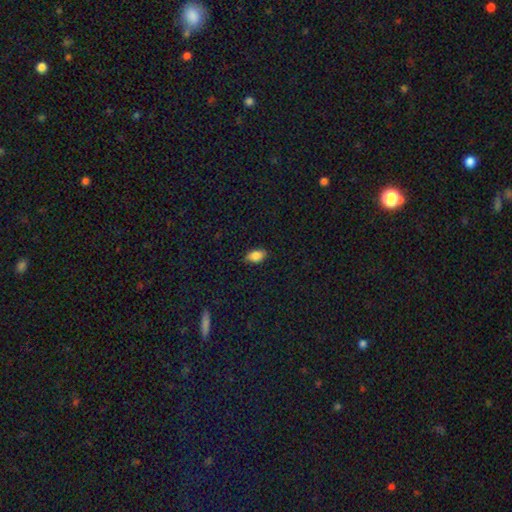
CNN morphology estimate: A smooth galaxy with no disk features (85%) that is in between round and cigar-shaped (90%).

Vote fractions:
- Smooth or featured? smooth: 85% / star or artifact: 8% / featured or disk: 7%
- How rounded? in between: 90% / round: 7% / cigar-shaped: 2%
- Merging? none: 84% / minor disturbance: 13% / major disturbance: 2% / merger: 1%